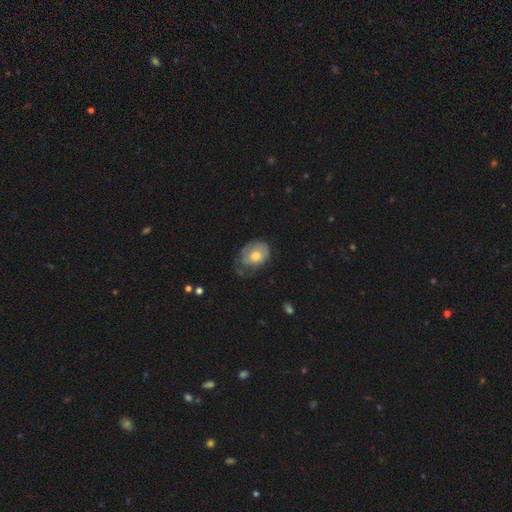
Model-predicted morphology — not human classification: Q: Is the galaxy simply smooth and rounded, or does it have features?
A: smooth — 56%.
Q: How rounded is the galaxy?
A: in between — 57%.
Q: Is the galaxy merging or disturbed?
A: none — 46%.